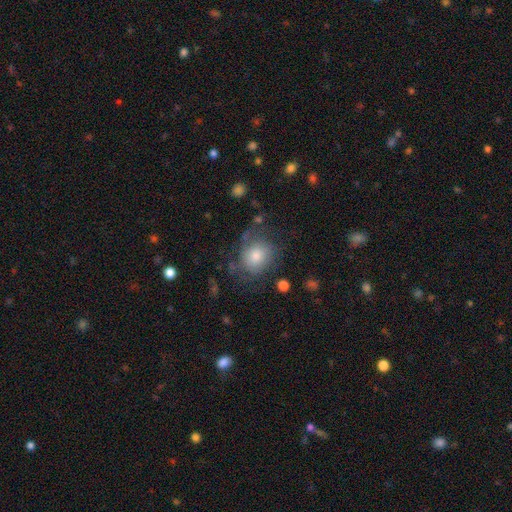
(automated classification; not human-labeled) Smooth or featured? Predicted: smooth (p=0.61). How rounded? Predicted: round (p=0.69). Merging? Predicted: none (p=0.60).